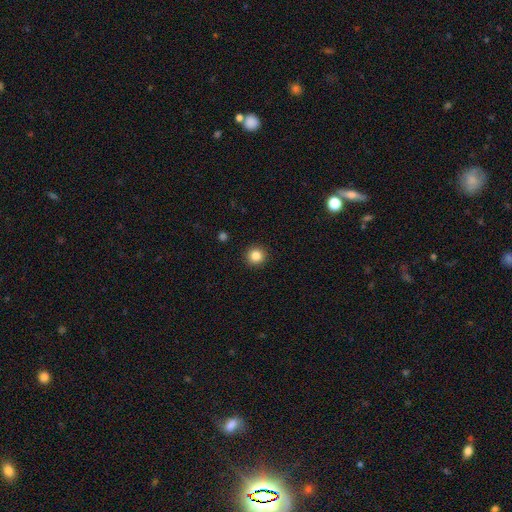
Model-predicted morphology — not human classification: A smooth galaxy with no disk features (85%) that is round (94%). Merging: none (93%).